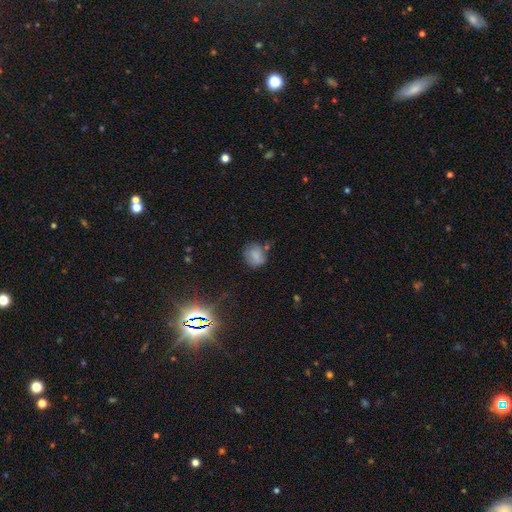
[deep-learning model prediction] Q: Smooth or featured?
A: smooth (73%); runner-up: star or artifact (14%)
Q: How rounded?
A: round (65%); runner-up: in between (33%)
Q: Merging?
A: none (60%); runner-up: minor disturbance (25%)